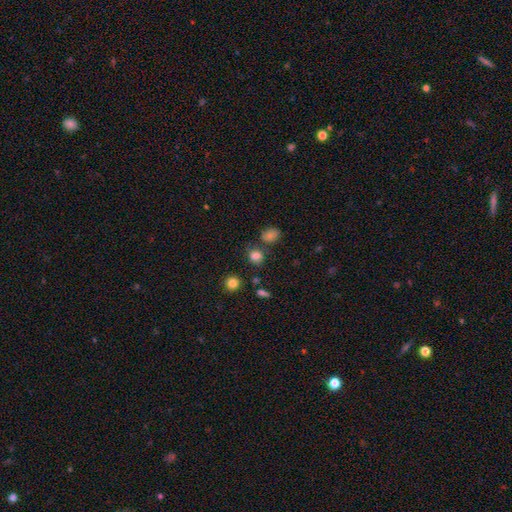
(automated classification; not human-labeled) Q: Smooth or featured?
A: smooth (80%); runner-up: star or artifact (15%)
Q: How rounded?
A: round (73%); runner-up: in between (26%)
Q: Merging?
A: none (73%); runner-up: minor disturbance (12%)